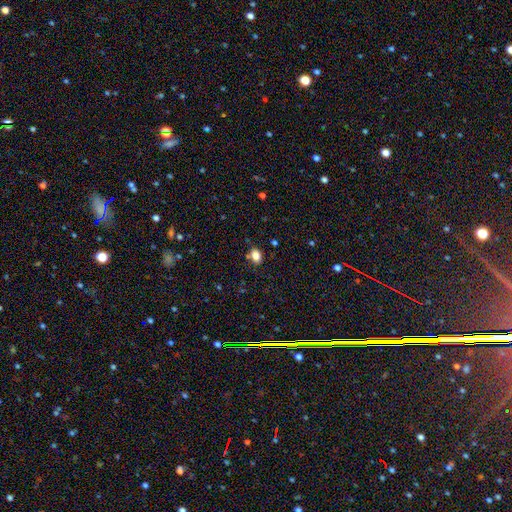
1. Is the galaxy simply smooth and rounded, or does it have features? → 87% smooth, 8% star or artifact, 5% featured or disk.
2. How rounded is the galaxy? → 79% in between, 21% round, 0% cigar-shaped.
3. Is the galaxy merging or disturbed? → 86% none, 9% minor disturbance, 6% merger, 0% major disturbance.